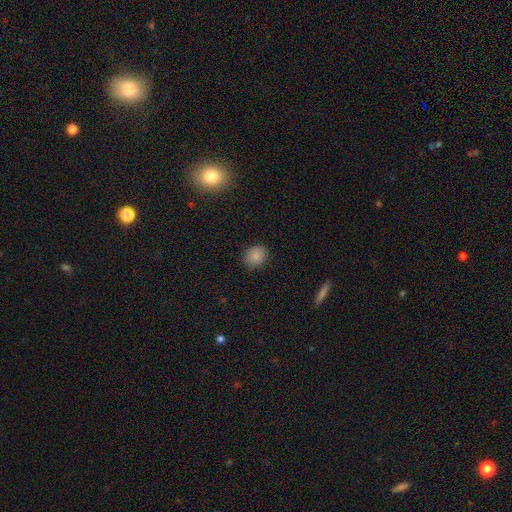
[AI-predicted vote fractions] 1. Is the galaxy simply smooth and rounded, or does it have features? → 86% smooth, 10% star or artifact, 4% featured or disk.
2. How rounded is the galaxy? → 60% round, 39% in between, 1% cigar-shaped.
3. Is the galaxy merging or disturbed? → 88% none, 9% minor disturbance, 2% major disturbance, 1% merger.